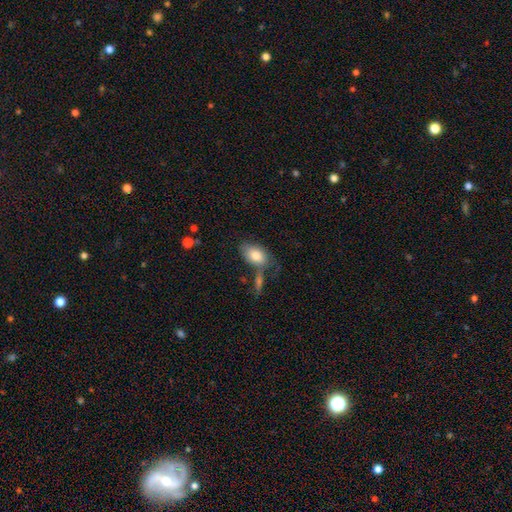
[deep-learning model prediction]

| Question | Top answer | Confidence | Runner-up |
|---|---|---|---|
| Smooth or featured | smooth | 81% | featured or disk (13%) |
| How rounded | in between | 90% | round (8%) |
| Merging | none | 55% | minor disturbance (19%) |